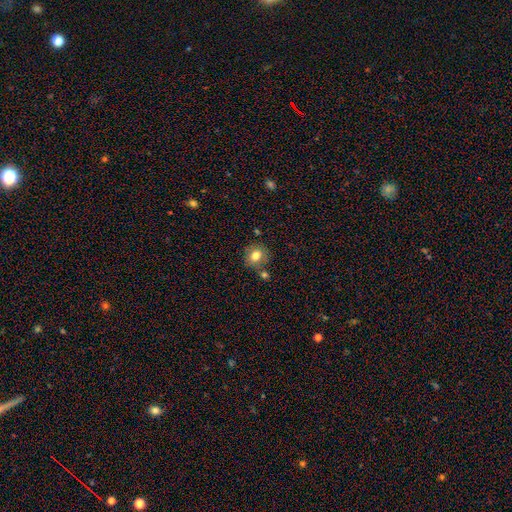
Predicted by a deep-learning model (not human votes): Smooth or featured: smooth — 78% (featured or disk — 12%)
How rounded: round — 78% (in between — 21%)
Merging: none — 72% (minor disturbance — 13%)